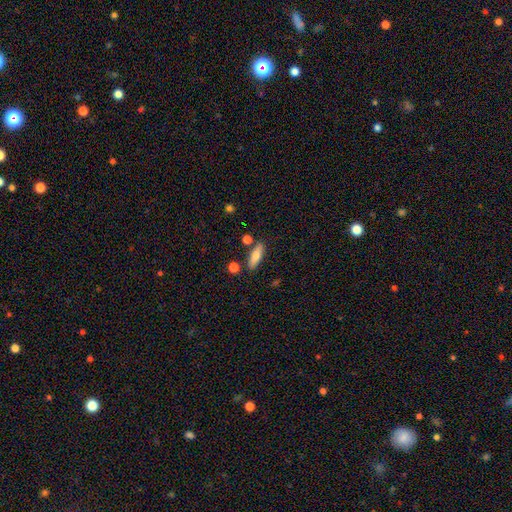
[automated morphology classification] This appears to be a smooth galaxy with no disk features (70%) that is cigar-shaped (50%). Merging: none (80%).